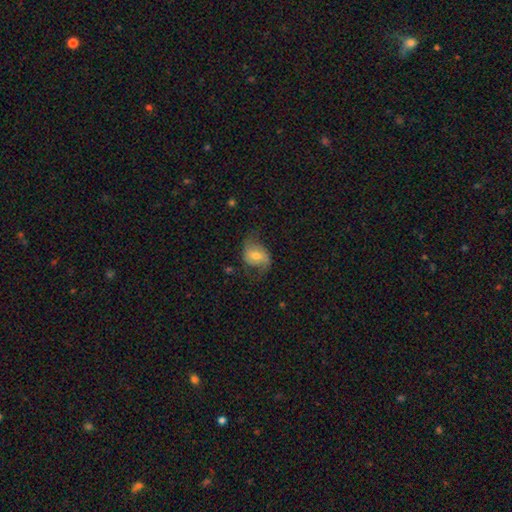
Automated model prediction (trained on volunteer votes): This is possibly a featured or disk galaxy (54%). It is clearly not viewed edge-on (96%). Bar: marginally no (41%). Spiral arm pattern: clearly yes (83%). Central bulge: possibly moderate (56%). Merging: possibly none (59%).